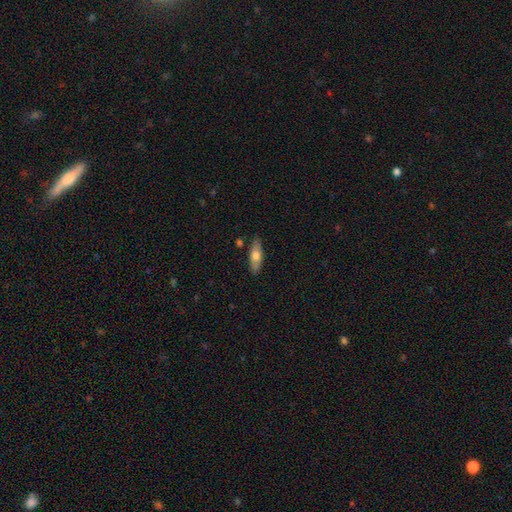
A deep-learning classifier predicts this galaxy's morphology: Overall: smooth (64%; featured or disk 30%). How rounded: in between (64%; cigar-shaped 33%). Merging: none (84%).